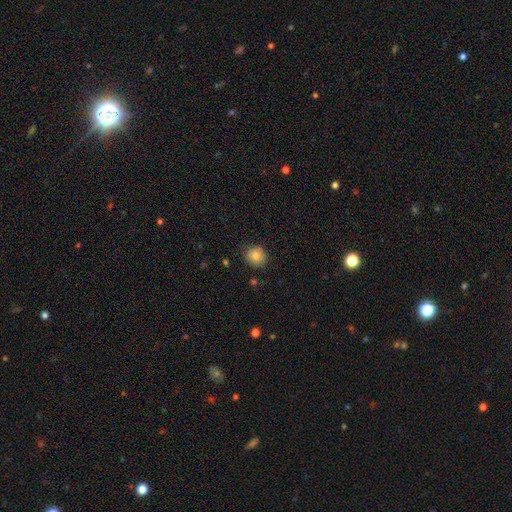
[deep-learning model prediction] Smooth or featured?
  - smooth: 82% *
  - star or artifact: 9%
  - featured or disk: 8%
How rounded?
  - round: 79% *
  - in between: 20%
  - cigar-shaped: 1%
Merging?
  - none: 81% *
  - minor disturbance: 15%
  - major disturbance: 3%
  - merger: 2%